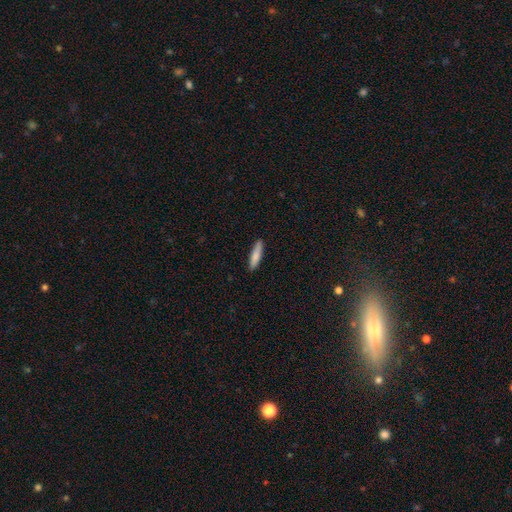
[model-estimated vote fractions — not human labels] smooth-or-featured: smooth: 83% | featured or disk: 12% | star or artifact: 6%
  how-rounded: cigar-shaped: 83% | in between: 16% | round: 1%
  merging: none: 89% | minor disturbance: 9% | major disturbance: 2% | merger: 1%